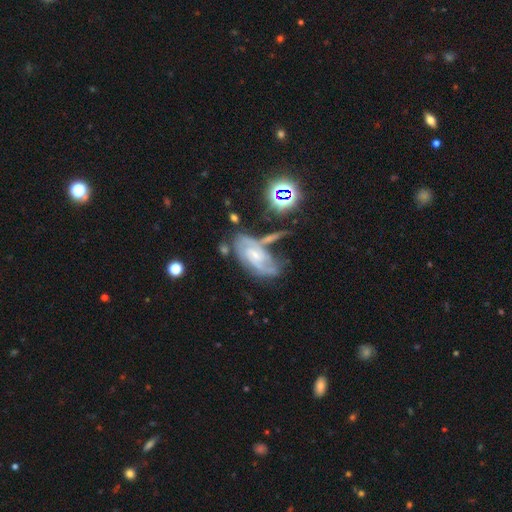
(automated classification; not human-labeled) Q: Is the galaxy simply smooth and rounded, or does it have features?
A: featured or disk — 78%.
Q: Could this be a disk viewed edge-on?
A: no — 94%.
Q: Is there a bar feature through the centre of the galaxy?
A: no — 52%.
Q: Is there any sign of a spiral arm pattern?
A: yes — 92%.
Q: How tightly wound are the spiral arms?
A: tight — 44%.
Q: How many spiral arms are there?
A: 2 — 45%.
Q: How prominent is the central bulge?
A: small — 66%.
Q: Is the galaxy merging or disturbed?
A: none — 47%.